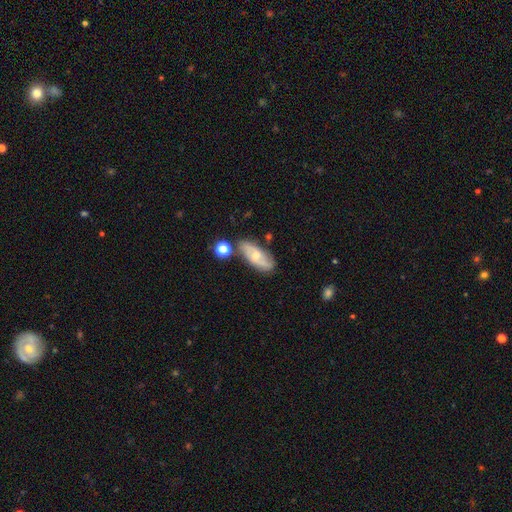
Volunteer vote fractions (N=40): Overall: featured or disk (72%). Edge-on disk: no (79%). Bar: weak (57%; no 35%). Spiral arms: yes (70%; no 30%). Spiral arm count: 2 (62%). Spiral winding: medium (44%; loose 38%). Bulge size: small (57%; moderate 39%). Merging: none (82%).